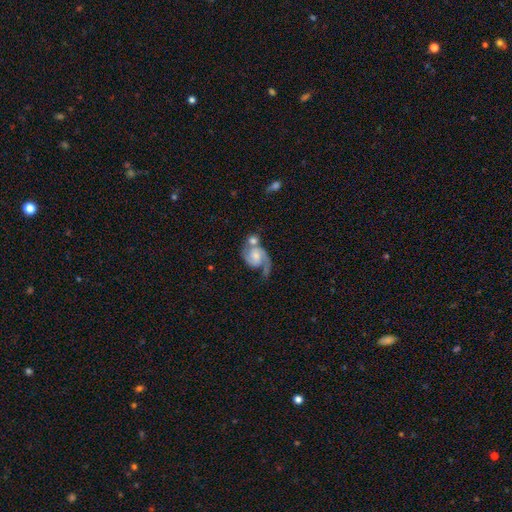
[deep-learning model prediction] smooth_or_featured: featured or disk (p=0.80) [alt: smooth p=0.14]
disk_edge_on: no (p=0.98) [alt: yes p=0.02]
bar: no (p=0.61) [alt: weak p=0.32]
has_spiral_arms: yes (p=0.95) [alt: no p=0.05]
spiral_winding: medium (p=0.49) [alt: loose p=0.27]
spiral_arm_count: 2 (p=0.76) [alt: 1 p=0.16]
bulge_size: moderate (p=0.42) [alt: small p=0.37]
merging: merger (p=0.39) [alt: none p=0.31]